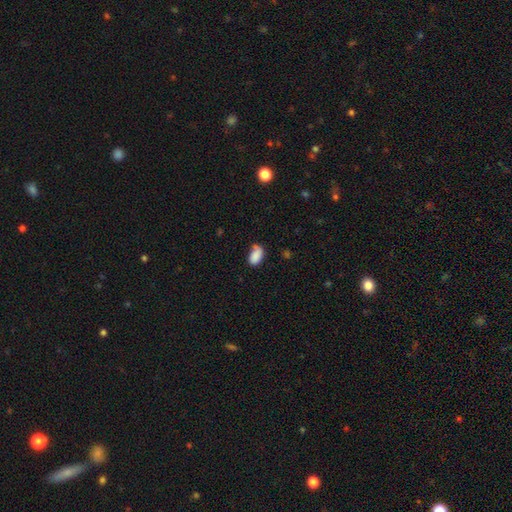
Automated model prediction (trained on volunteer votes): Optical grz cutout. It shows a smooth galaxy with no disk features (85%) that is in between round and cigar-shaped (92%). Merging: none (51%).